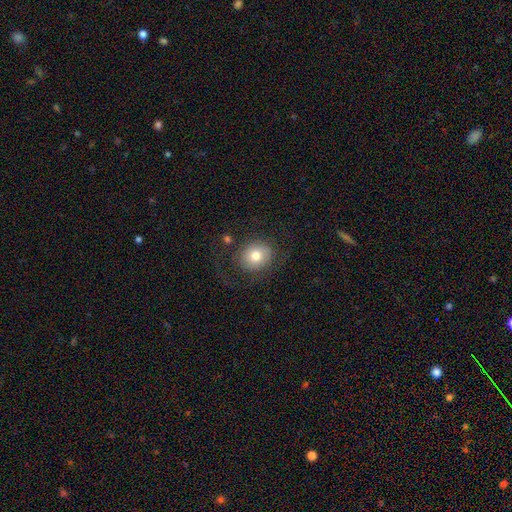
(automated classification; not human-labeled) Overall: smooth (68%). How rounded: round (68%; in between 31%). Merging: none (70%).